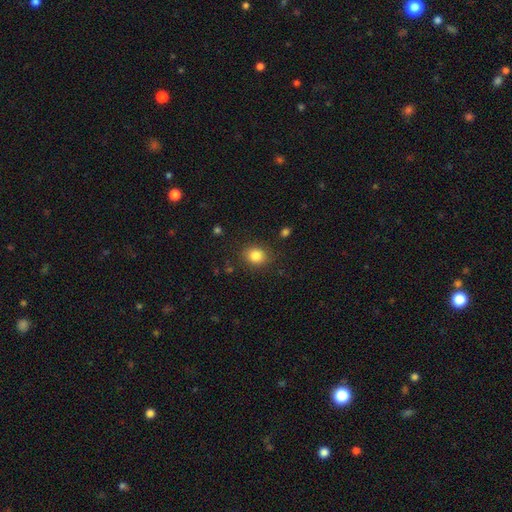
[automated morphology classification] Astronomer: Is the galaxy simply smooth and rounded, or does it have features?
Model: smooth — 84%.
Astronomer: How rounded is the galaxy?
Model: round — 65%.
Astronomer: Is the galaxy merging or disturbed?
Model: none — 85%.